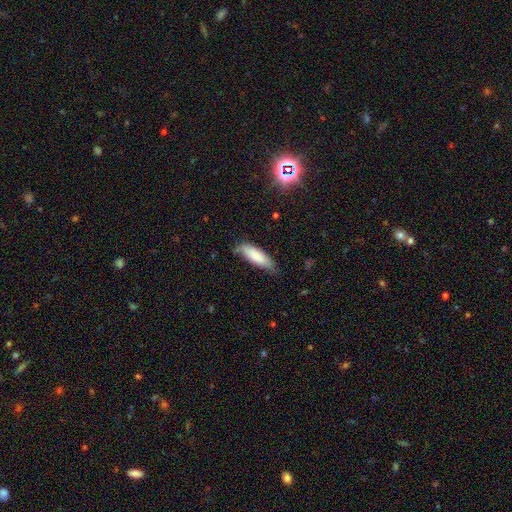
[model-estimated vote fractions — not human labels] smooth 77%, featured or disk 17%, star or artifact 6%. Down the decision tree: how rounded — in between (63%); merging — none (58%).